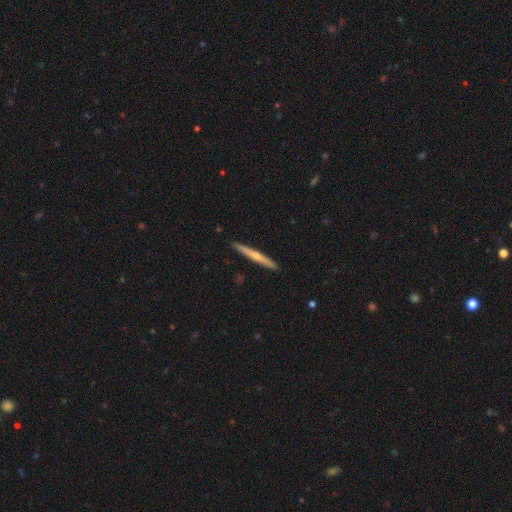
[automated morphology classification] This is possibly a featured or disk galaxy (57%). It is clearly viewed edge-on (97%). Edge-on bulge: likely rounded (70%). Merging: clearly none (91%).